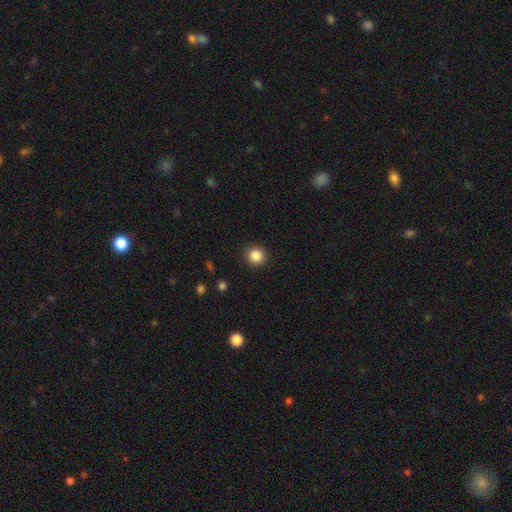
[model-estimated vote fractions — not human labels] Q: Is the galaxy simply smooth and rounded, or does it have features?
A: smooth — 86%.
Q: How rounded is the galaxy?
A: round — 92%.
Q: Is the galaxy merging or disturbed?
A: none — 92%.